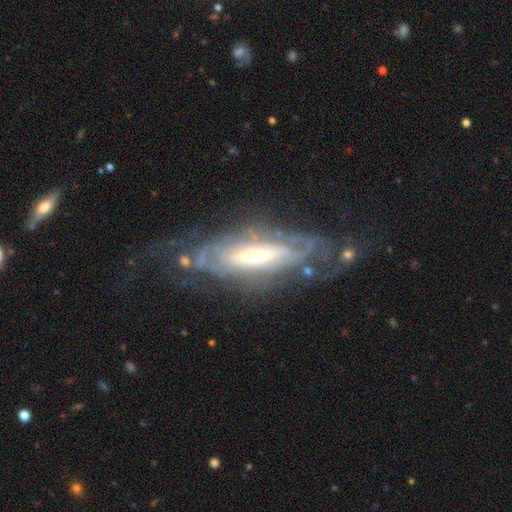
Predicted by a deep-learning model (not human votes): Morphology: type=featured or disk (78%); edge-on=no (70%); bar=no (40%); spiral arms=yes (76%); bulge=moderate (45%); merging=none (52%).